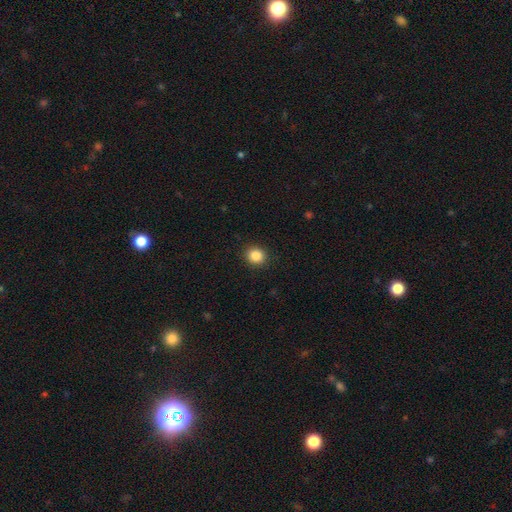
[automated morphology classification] Smooth or featured: smooth — 86% (star or artifact — 10%)
How rounded: round — 81% (in between — 18%)
Merging: none — 91% (minor disturbance — 6%)